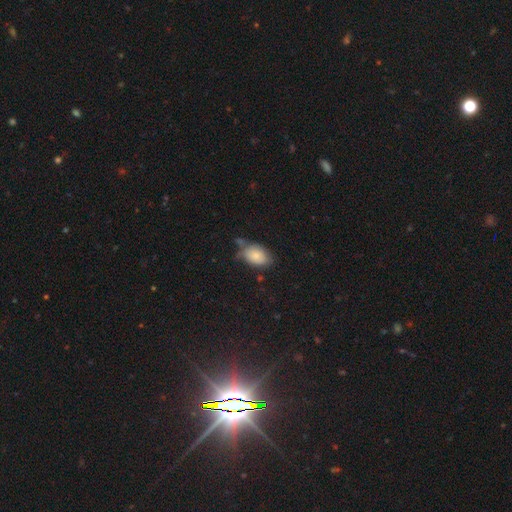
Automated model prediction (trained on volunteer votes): A smooth galaxy with no disk features (82%) that is in between round and cigar-shaped (87%). Merging: none (55%).